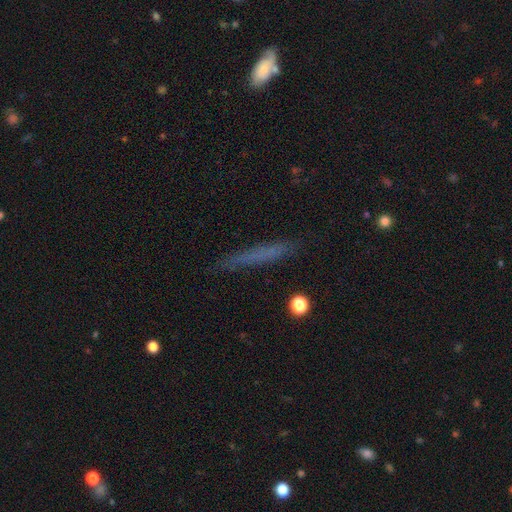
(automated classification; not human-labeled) This appears to be a smooth galaxy with no disk features (54%) that is cigar-shaped (94%). Merging: none (85%).